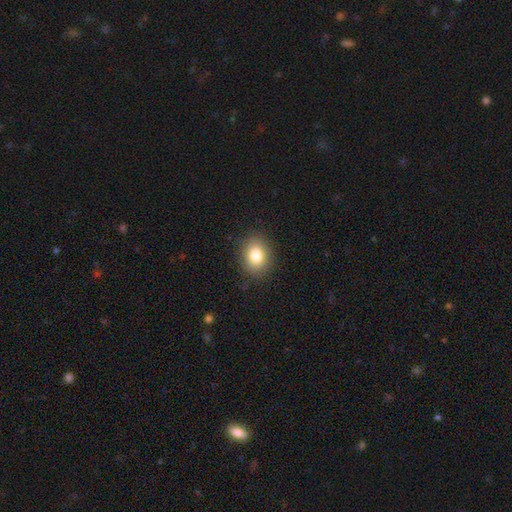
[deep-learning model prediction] Q: Smooth or featured?
A: smooth (82%); runner-up: star or artifact (10%)
Q: How rounded?
A: in between (59%); runner-up: round (40%)
Q: Merging?
A: none (87%); runner-up: minor disturbance (9%)